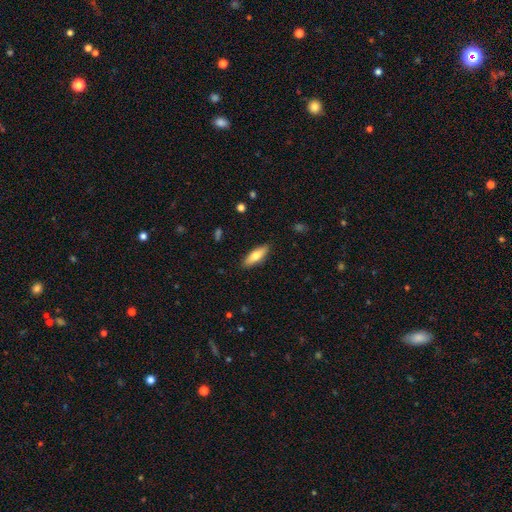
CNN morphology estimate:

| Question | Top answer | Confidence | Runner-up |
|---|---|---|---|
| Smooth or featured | smooth | 68% | featured or disk (26%) |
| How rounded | in between | 56% | cigar-shaped (42%) |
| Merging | none | 88% | minor disturbance (9%) |